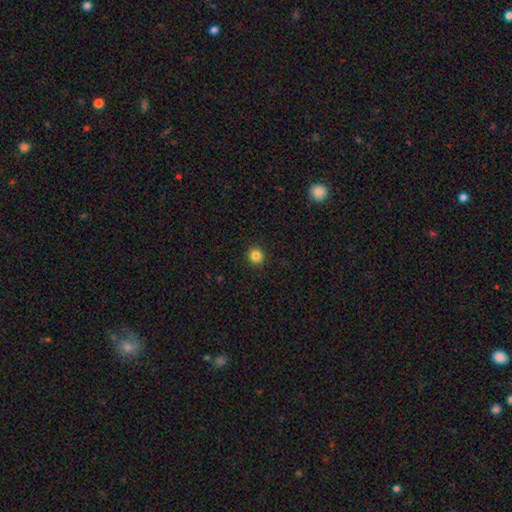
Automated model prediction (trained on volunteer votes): The model was most divided on "smooth or featured": smooth: 84%, star or artifact: 12%, featured or disk: 4%. More confident: merging — none (92%); how rounded — round (92%).